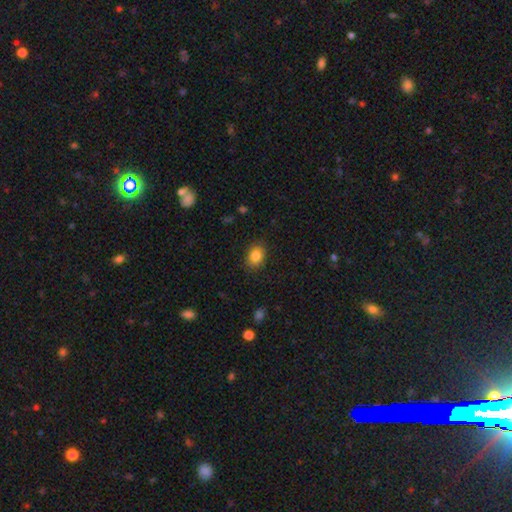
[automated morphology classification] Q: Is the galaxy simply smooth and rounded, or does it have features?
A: smooth — 85%.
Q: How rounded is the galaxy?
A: in between — 66%.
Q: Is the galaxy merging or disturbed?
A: none — 87%.